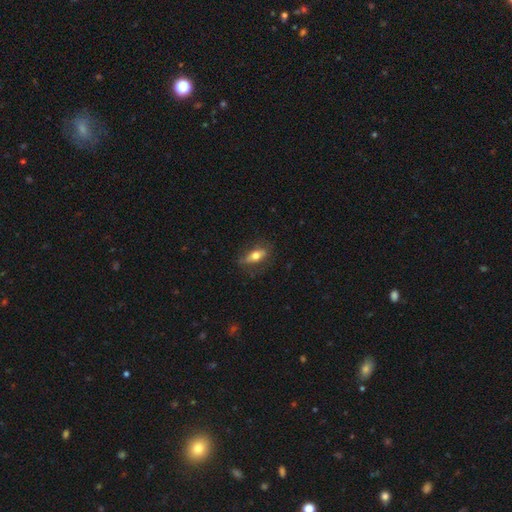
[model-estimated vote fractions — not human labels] Q: Smooth or featured?
A: smooth (63%); runner-up: featured or disk (30%)
Q: How rounded?
A: in between (73%); runner-up: cigar-shaped (22%)
Q: Merging?
A: none (74%); runner-up: minor disturbance (18%)